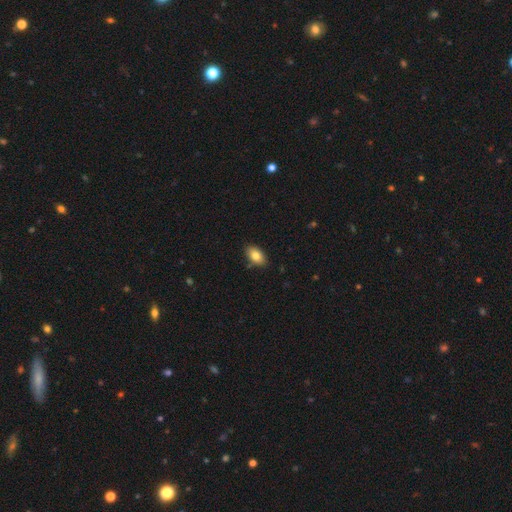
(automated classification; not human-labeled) Smooth or featured: smooth — 82% (featured or disk — 11%)
How rounded: in between — 92% (round — 6%)
Merging: none — 85% (minor disturbance — 11%)